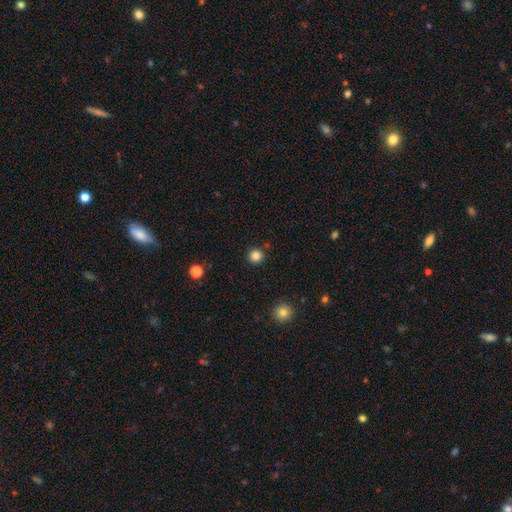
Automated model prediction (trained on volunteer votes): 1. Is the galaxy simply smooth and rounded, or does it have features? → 84% smooth, 12% star or artifact, 4% featured or disk.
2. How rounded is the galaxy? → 96% round, 4% in between, 1% cigar-shaped.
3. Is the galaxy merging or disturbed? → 90% none, 5% minor disturbance, 3% merger, 2% major disturbance.